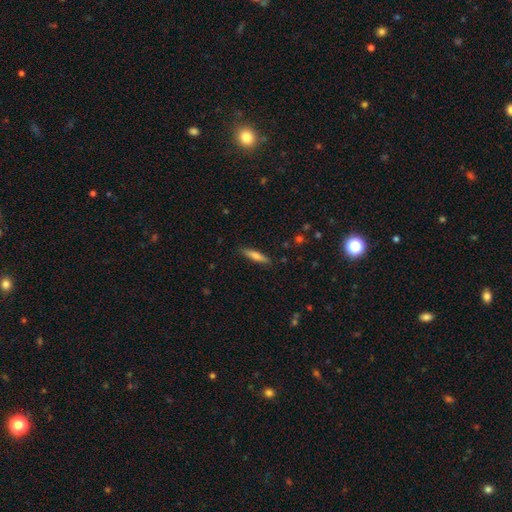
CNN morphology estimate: smooth-or-featured: smooth: 70% | featured or disk: 23% | star or artifact: 6%
  how-rounded: cigar-shaped: 83% | in between: 15% | round: 2%
  merging: none: 87% | minor disturbance: 9% | major disturbance: 2% | merger: 1%